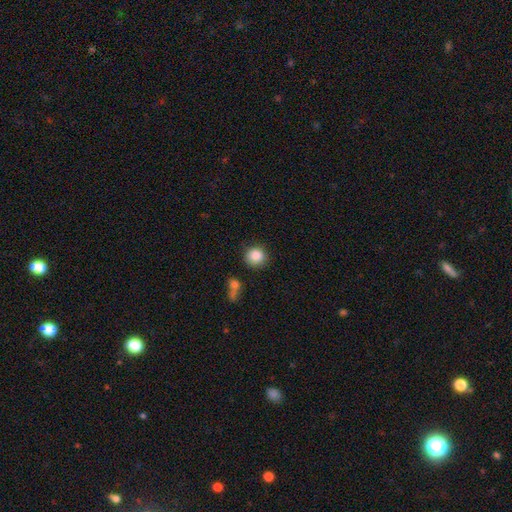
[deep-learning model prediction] Q: Smooth or featured?
A: smooth (87%); runner-up: star or artifact (9%)
Q: How rounded?
A: round (92%); runner-up: in between (7%)
Q: Merging?
A: none (83%); runner-up: minor disturbance (10%)